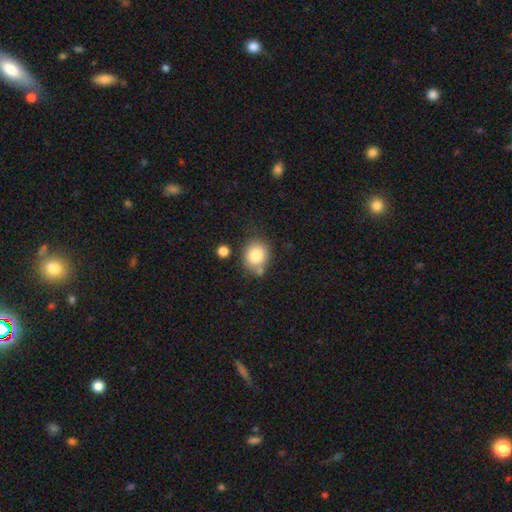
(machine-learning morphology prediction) Smooth or featured? smooth (81%)
How rounded? round (76%)
Merging? none (67%)